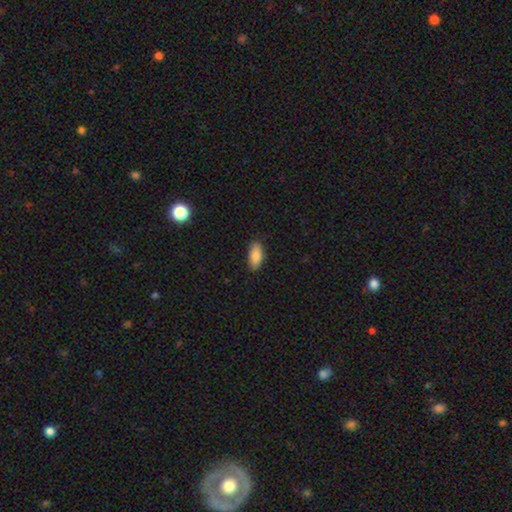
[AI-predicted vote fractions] smooth-or-featured: smooth: 88% | star or artifact: 6% | featured or disk: 6%
  how-rounded: in between: 87% | cigar-shaped: 10% | round: 2%
  merging: none: 86% | minor disturbance: 11% | major disturbance: 2% | merger: 1%